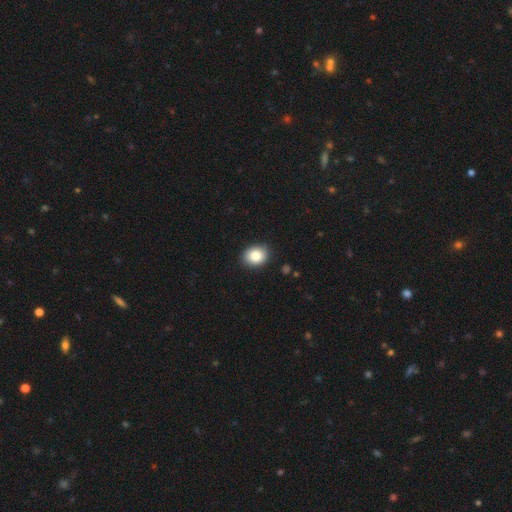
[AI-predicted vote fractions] This is clearly a smooth galaxy (84%). How rounded: possibly round (51%). Merging: clearly none (88%).